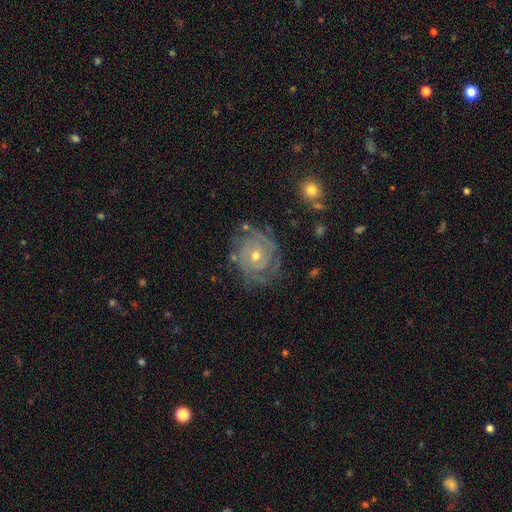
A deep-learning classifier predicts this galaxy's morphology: smooth-or-featured: featured or disk: 82% | smooth: 10% | star or artifact: 7%
  disk-edge-on: no: 97% | yes: 3%
    bar: no: 80% | weak: 16% | strong: 4%
    has-spiral-arms: yes: 91% | no: 9%
      spiral-winding: tight: 76% | medium: 19% | loose: 5%
      spiral-arm-count: can't tell: 39% | 2: 24% | 3: 18% | 4: 8% | 1: 6% | more than 4: 5%
    bulge-size: moderate: 51% | small: 46% | large: 2% | none: 1% | dominant: 1%
  merging: none: 71% | minor disturbance: 19% | major disturbance: 8% | merger: 2%